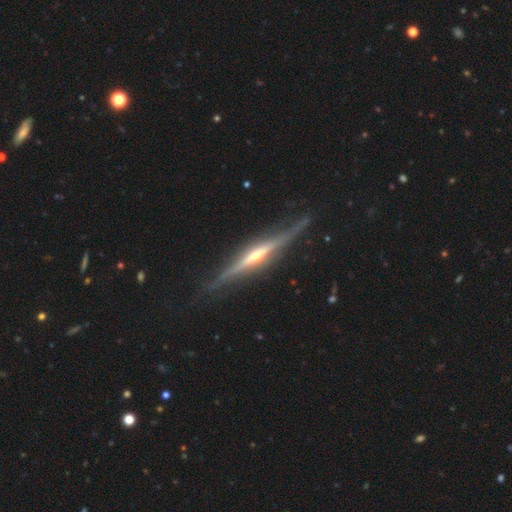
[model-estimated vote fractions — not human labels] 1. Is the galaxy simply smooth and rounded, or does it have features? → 86% featured or disk, 9% smooth, 5% star or artifact.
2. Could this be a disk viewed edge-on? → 97% yes, 3% no.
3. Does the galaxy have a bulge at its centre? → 79% rounded, 13% none, 8% boxy.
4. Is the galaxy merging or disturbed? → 83% none, 12% minor disturbance, 3% major disturbance, 1% merger.